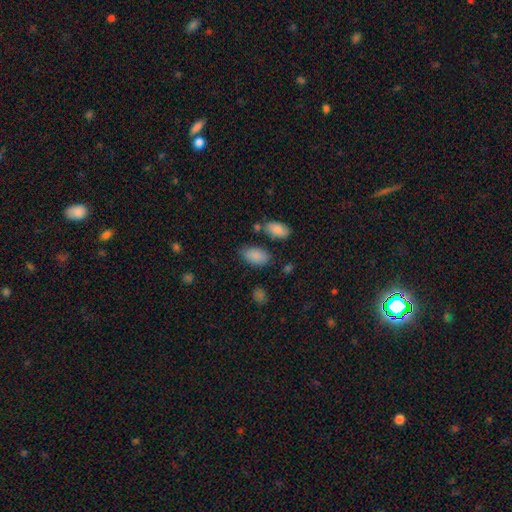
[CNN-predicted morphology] Smooth or featured?
  - smooth: 86% *
  - star or artifact: 8%
  - featured or disk: 6%
How rounded?
  - in between: 94% *
  - round: 4%
  - cigar-shaped: 2%
Merging?
  - none: 72% *
  - minor disturbance: 17%
  - merger: 6%
  - major disturbance: 5%